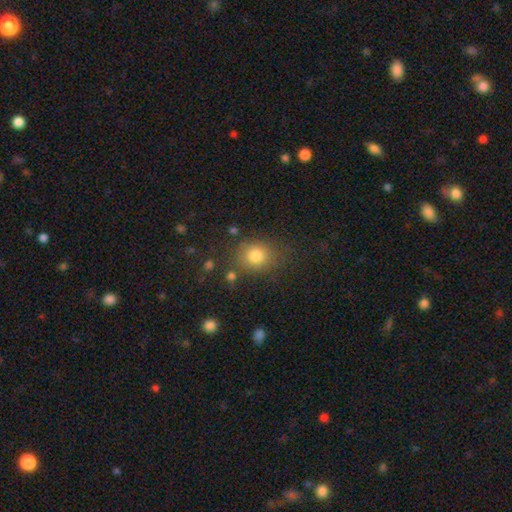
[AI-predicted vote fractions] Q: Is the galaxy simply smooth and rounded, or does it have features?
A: smooth — 80%.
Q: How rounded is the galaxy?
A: round — 71%.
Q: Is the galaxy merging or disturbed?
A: none — 75%.